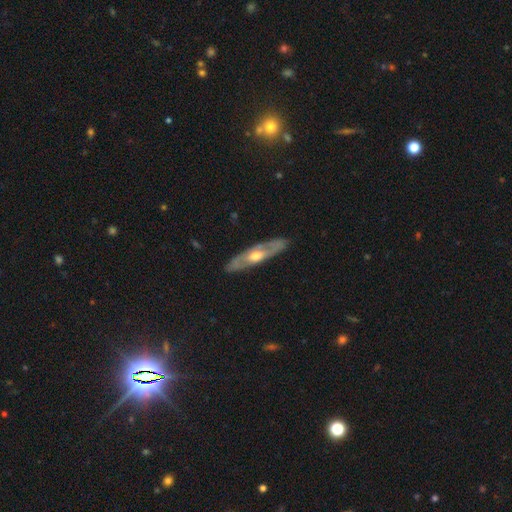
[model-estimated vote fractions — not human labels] Smooth or featured: featured or disk — 68% (smooth — 28%)
Edge-on disk: no — 55% (yes — 45%)
Merging: none — 86% (minor disturbance — 10%)